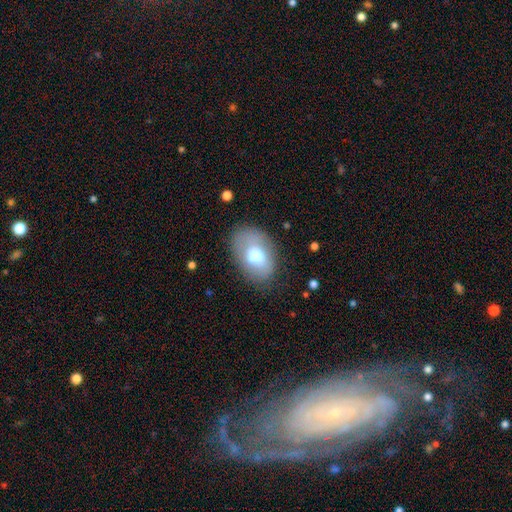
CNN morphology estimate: Q: Smooth or featured?
A: smooth (65%); runner-up: featured or disk (27%)
Q: How rounded?
A: in between (85%); runner-up: round (14%)
Q: Merging?
A: none (72%); runner-up: minor disturbance (18%)